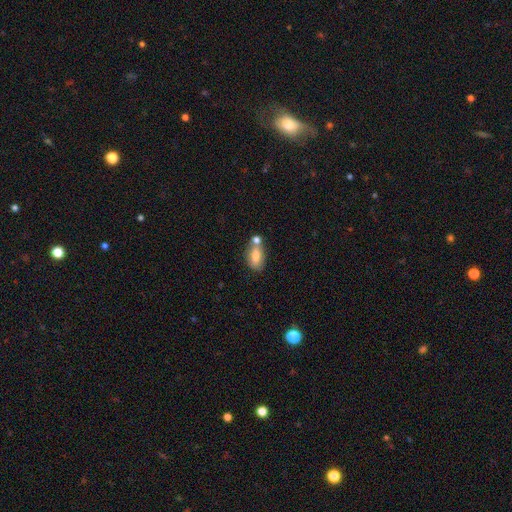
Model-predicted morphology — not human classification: A smooth galaxy with no disk features (74%) that is in between round and cigar-shaped (86%).

Vote fractions:
- Smooth or featured? smooth: 74% / featured or disk: 18% / star or artifact: 8%
- How rounded? in between: 86% / cigar-shaped: 7% / round: 7%
- Merging? none: 52% / merger: 29% / minor disturbance: 15% / major disturbance: 5%